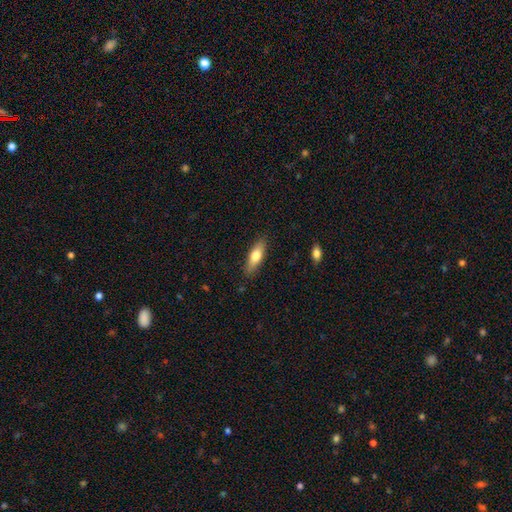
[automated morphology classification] A smooth galaxy with no disk features (67%) that is in between round and cigar-shaped (52%).

Vote fractions:
- Smooth or featured? smooth: 67% / featured or disk: 27% / star or artifact: 6%
- How rounded? in between: 52% / cigar-shaped: 46% / round: 3%
- Merging? none: 87% / minor disturbance: 10% / major disturbance: 2% / merger: 1%